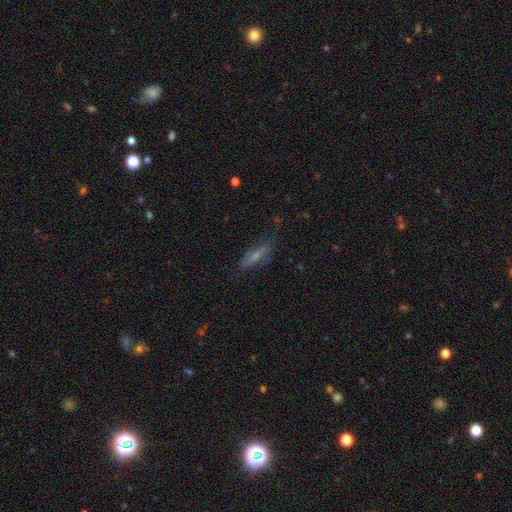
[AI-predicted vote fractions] Overall: smooth (48%; featured or disk 42%). Merging: none (68%).